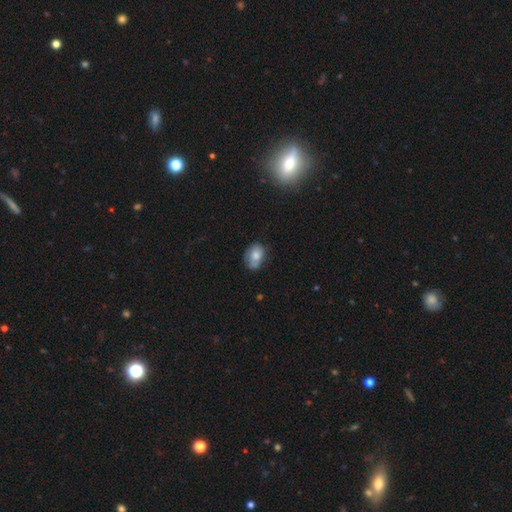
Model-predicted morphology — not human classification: A smooth galaxy with no disk features (69%) that is in between round and cigar-shaped (77%).

Vote fractions:
- Smooth or featured? smooth: 69% / featured or disk: 22% / star or artifact: 9%
- How rounded? in between: 77% / round: 22% / cigar-shaped: 1%
- Merging? none: 52% / minor disturbance: 32% / major disturbance: 10% / merger: 7%